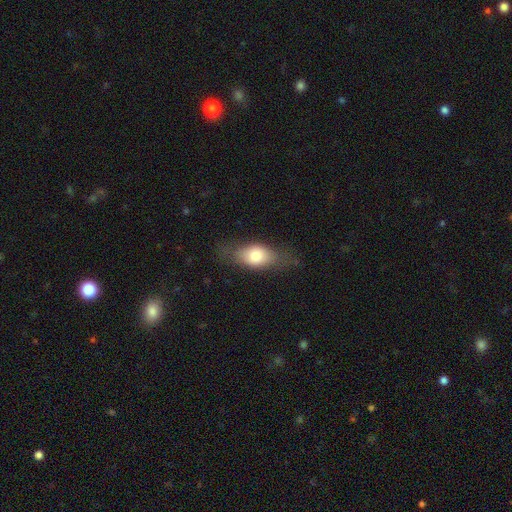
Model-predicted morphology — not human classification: A smooth galaxy with no disk features (71%) that is in between round and cigar-shaped (79%). Merging: none (67%).